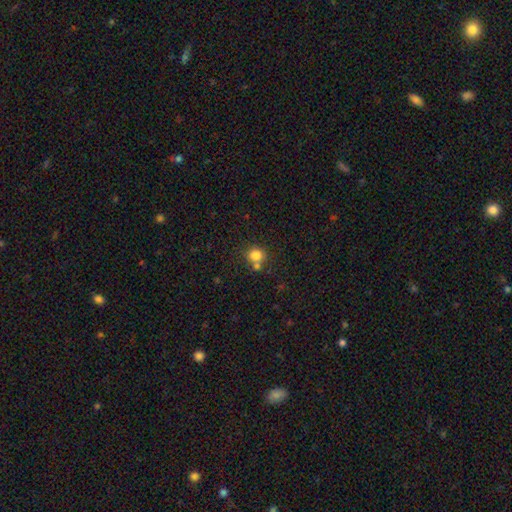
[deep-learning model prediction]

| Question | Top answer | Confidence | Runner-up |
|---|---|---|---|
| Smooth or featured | smooth | 82% | star or artifact (12%) |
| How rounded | round | 83% | in between (16%) |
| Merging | none | 61% | merger (26%) |